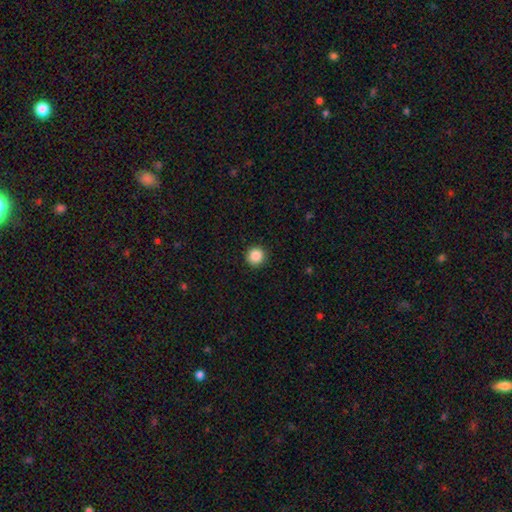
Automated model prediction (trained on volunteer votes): A smooth galaxy with no disk features (87%) that is round (95%). Merging: none (92%).